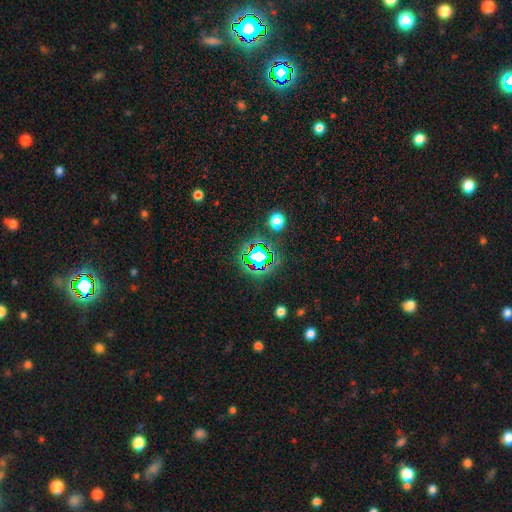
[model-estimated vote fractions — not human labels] Smooth or featured: star or artifact — 71% (smooth — 18%)